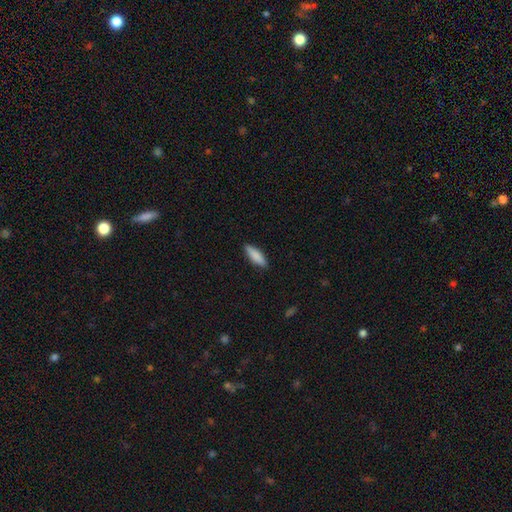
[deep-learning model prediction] smooth_or_featured: smooth (p=0.85) [alt: featured or disk p=0.09]
how_rounded: cigar-shaped (p=0.58) [alt: in between p=0.40]
merging: none (p=0.88) [alt: minor disturbance p=0.10]